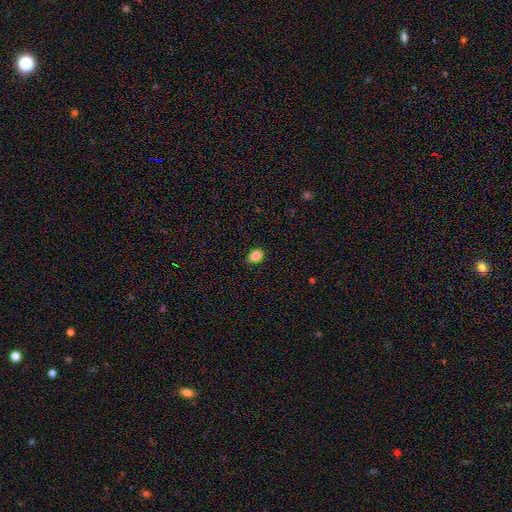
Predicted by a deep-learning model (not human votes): Morphology: type=smooth (85%); roundness=in between (55%); merging=none (86%).